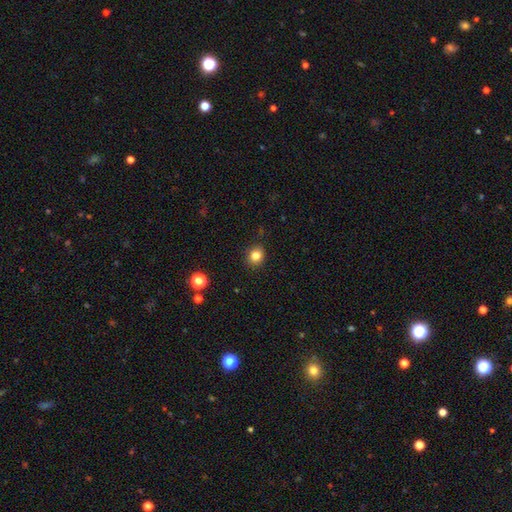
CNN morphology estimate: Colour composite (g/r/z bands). It shows a smooth galaxy with no disk features (81%) that is round (77%). Merging: none (88%).